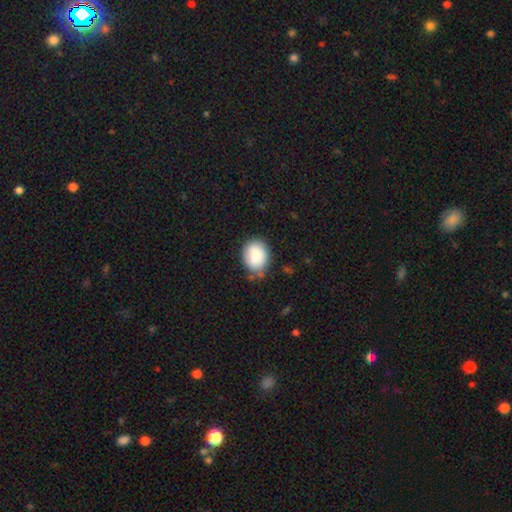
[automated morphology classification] Smooth or featured? Predicted: smooth (p=0.86). How rounded? Predicted: in between (p=0.53). Merging? Predicted: none (p=0.72).